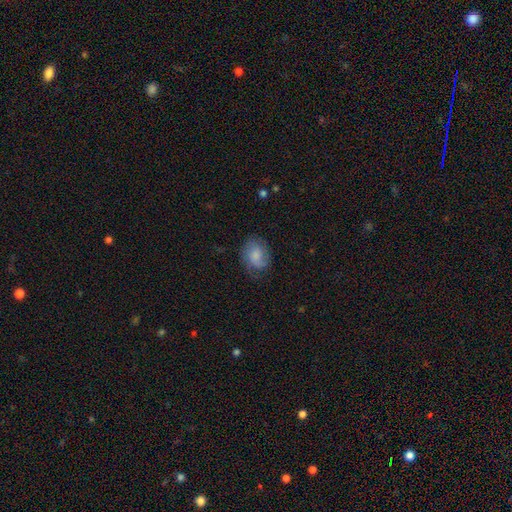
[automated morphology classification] Q: Smooth or featured?
A: smooth (63%); runner-up: featured or disk (29%)
Q: How rounded?
A: in between (60%); runner-up: round (39%)
Q: Merging?
A: none (65%); runner-up: minor disturbance (24%)